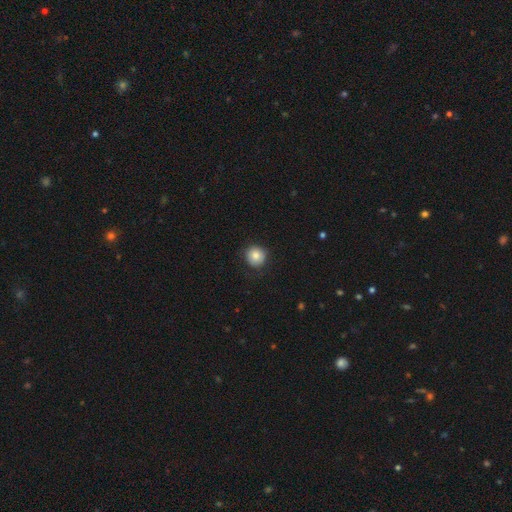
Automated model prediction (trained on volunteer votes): A smooth galaxy with no disk features (83%) that is round (93%).

Vote fractions:
- Smooth or featured? smooth: 83% / star or artifact: 9% / featured or disk: 8%
- How rounded? round: 93% / in between: 6% / cigar-shaped: 1%
- Merging? none: 85% / minor disturbance: 11% / major disturbance: 3% / merger: 1%